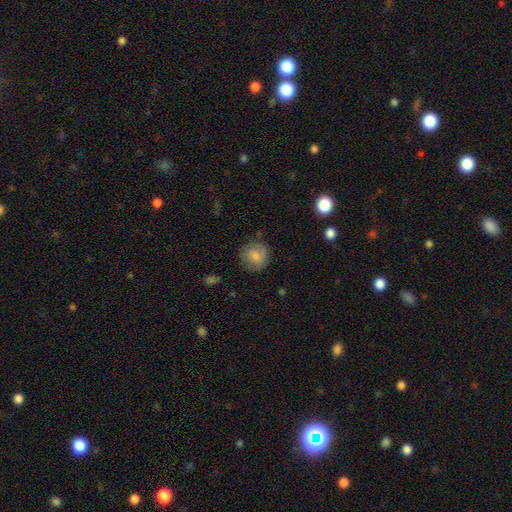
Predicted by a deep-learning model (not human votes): A smooth galaxy with no disk features (76%) that is round (88%). Merging: none (76%).